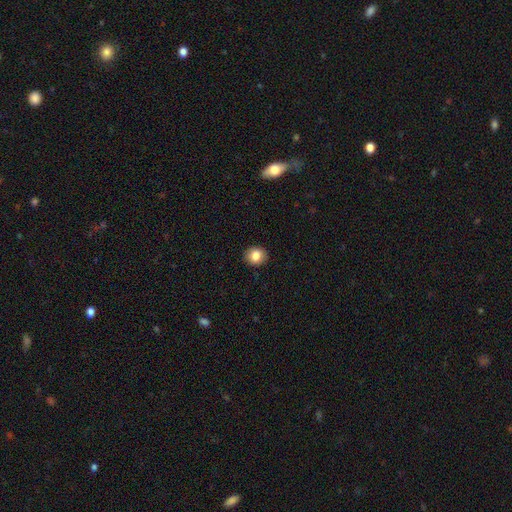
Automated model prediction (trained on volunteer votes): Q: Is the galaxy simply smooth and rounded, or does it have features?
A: smooth — 84%.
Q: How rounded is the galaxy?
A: round — 75%.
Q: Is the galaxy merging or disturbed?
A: none — 91%.